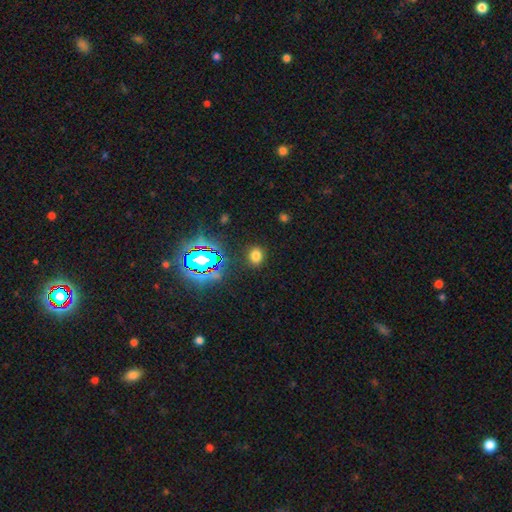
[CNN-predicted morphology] smooth_or_featured: smooth (p=0.69) [alt: star or artifact p=0.24]
how_rounded: in between (p=0.51) [alt: round p=0.48]
merging: none (p=0.88) [alt: minor disturbance p=0.08]